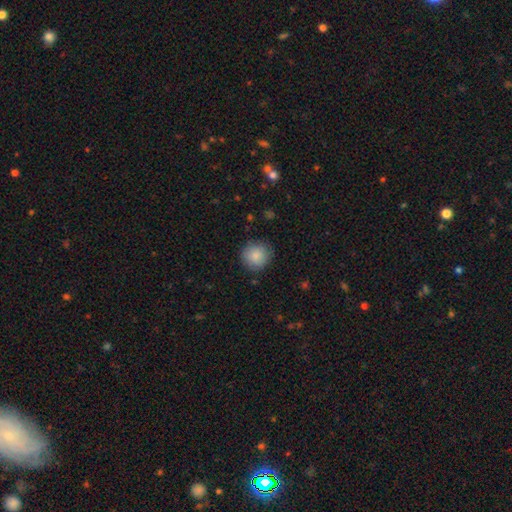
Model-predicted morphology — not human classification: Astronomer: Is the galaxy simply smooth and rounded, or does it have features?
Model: smooth — 87%.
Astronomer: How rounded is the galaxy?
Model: round — 92%.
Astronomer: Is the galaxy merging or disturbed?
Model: none — 86%.